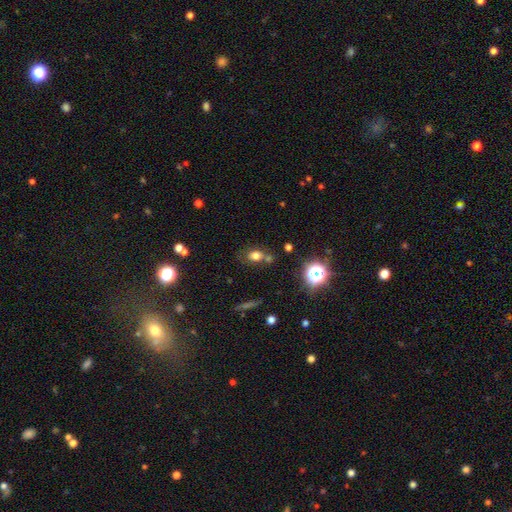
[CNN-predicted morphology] This appears to be a smooth galaxy with no disk features (73%) that is in between round and cigar-shaped (58%). Merging: none (57%).